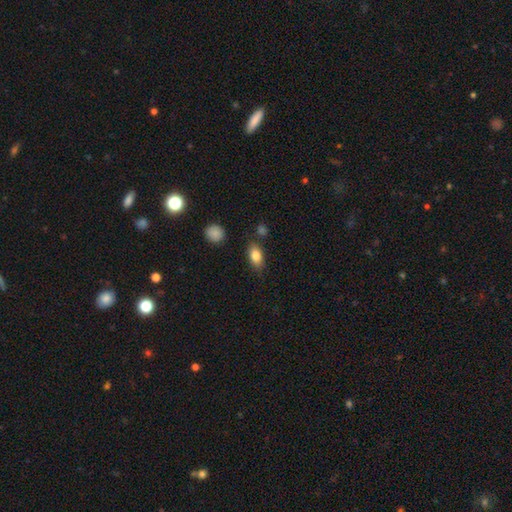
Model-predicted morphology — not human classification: Smooth or featured?
  - smooth: 83% *
  - featured or disk: 9%
  - star or artifact: 8%
How rounded?
  - in between: 85% *
  - round: 10%
  - cigar-shaped: 4%
Merging?
  - none: 79% *
  - minor disturbance: 14%
  - merger: 4%
  - major disturbance: 3%